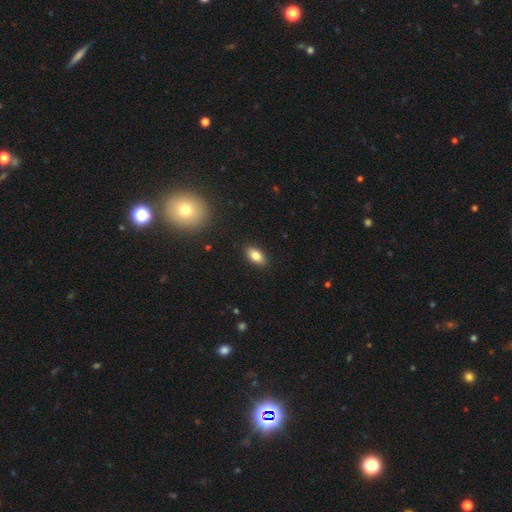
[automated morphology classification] This appears to be a smooth galaxy with no disk features (82%) that is in between round and cigar-shaped (90%). Merging: none (89%).